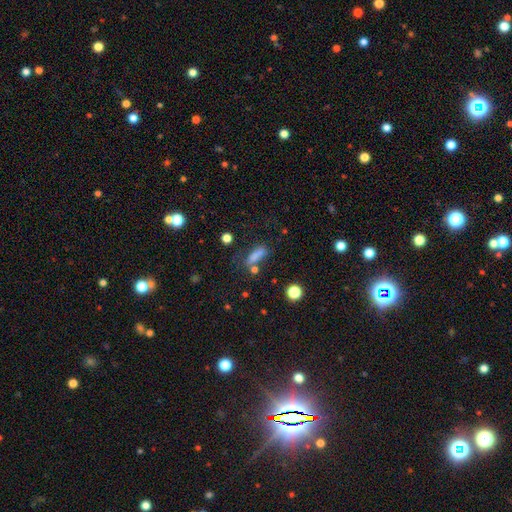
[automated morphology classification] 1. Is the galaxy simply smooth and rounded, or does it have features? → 70% smooth, 16% star or artifact, 13% featured or disk.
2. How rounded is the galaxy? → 54% in between, 38% cigar-shaped, 8% round.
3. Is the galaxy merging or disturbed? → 47% none, 21% minor disturbance, 17% merger, 15% major disturbance.